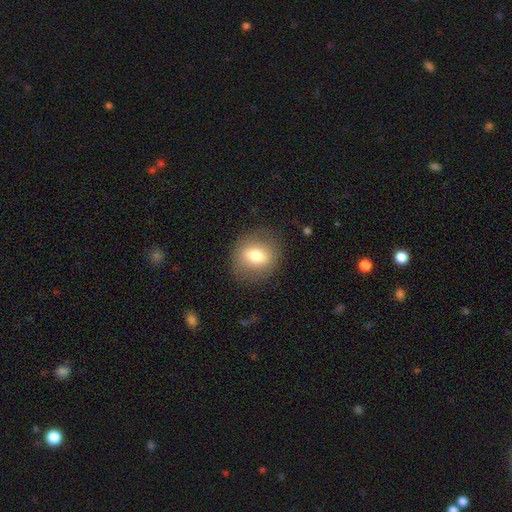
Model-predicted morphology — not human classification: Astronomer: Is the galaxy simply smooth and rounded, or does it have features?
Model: smooth — 68%.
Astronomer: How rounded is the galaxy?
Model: round — 70%.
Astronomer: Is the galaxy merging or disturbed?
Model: none — 83%.